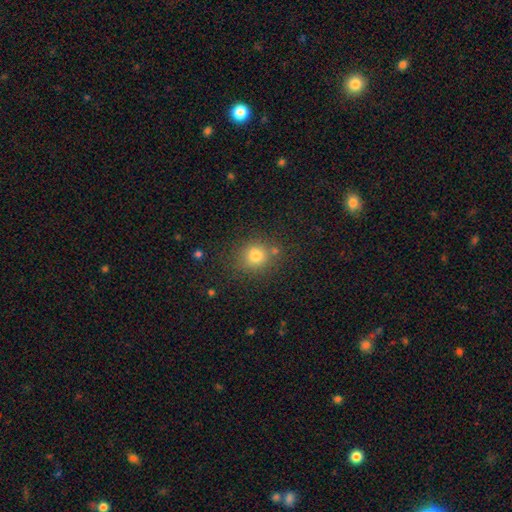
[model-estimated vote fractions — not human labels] smooth-or-featured: smooth: 78% | star or artifact: 14% | featured or disk: 8%
  how-rounded: round: 83% | in between: 16% | cigar-shaped: 1%
  merging: none: 76% | minor disturbance: 12% | merger: 8% | major disturbance: 4%